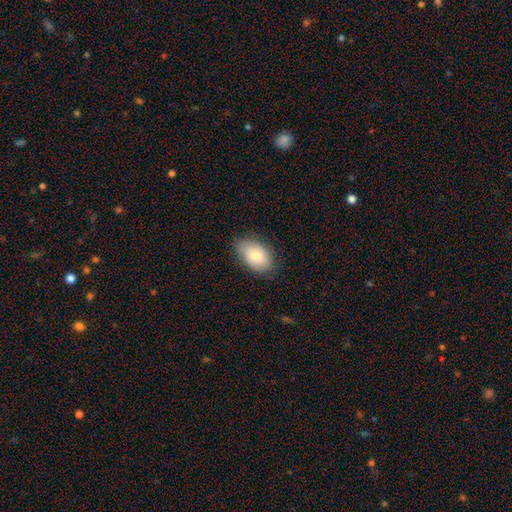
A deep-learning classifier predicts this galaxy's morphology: Q: Smooth or featured?
A: smooth (78%); runner-up: featured or disk (15%)
Q: How rounded?
A: in between (90%); runner-up: round (8%)
Q: Merging?
A: none (76%); runner-up: minor disturbance (19%)